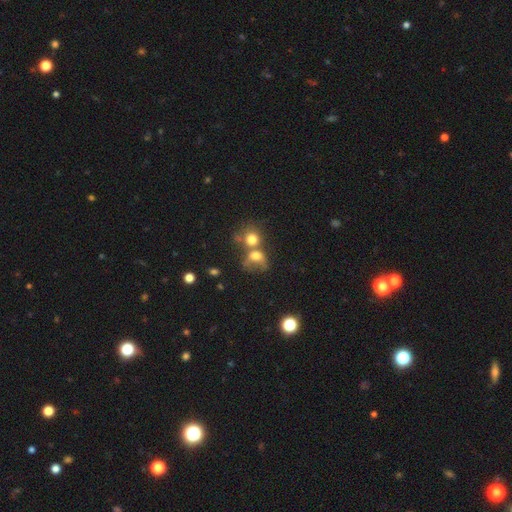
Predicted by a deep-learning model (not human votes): smooth 66%, featured or disk 20%, star or artifact 14%. Down the decision tree: how rounded — round (58%); merging — merger (59%).